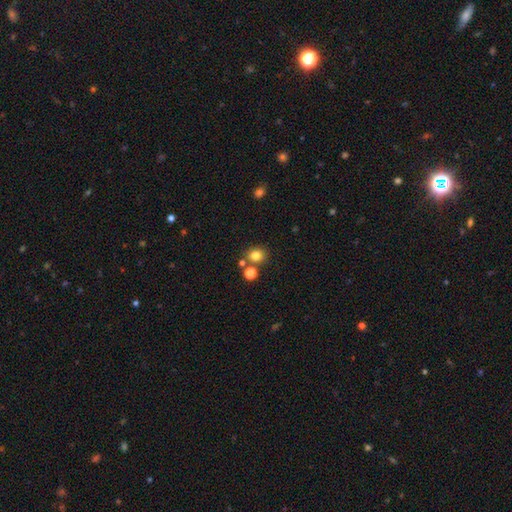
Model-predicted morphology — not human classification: Q: Smooth or featured?
A: smooth (80%); runner-up: star or artifact (14%)
Q: How rounded?
A: round (75%); runner-up: in between (24%)
Q: Merging?
A: none (74%); runner-up: merger (14%)